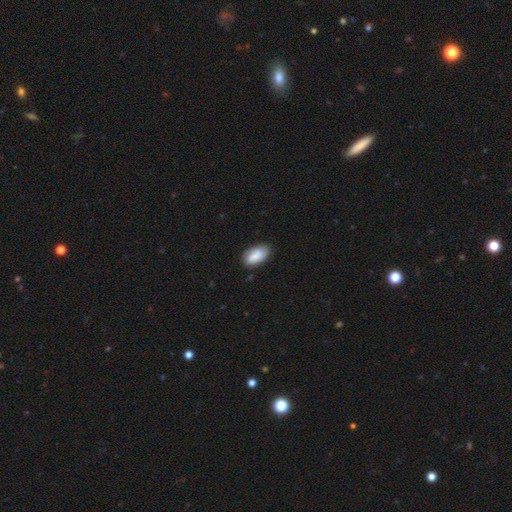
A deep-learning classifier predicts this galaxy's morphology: The model was most divided on "merging": none: 74%, minor disturbance: 20%, major disturbance: 3%, merger: 2%. More confident: how rounded — in between (94%); smooth or featured — smooth (81%).